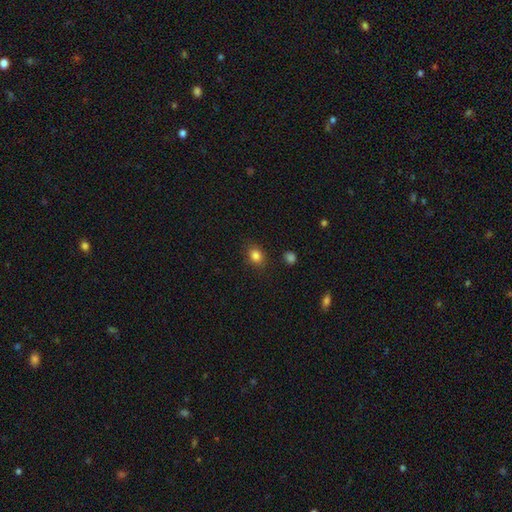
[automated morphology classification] Smooth or featured? smooth (83%)
How rounded? round (51%)
Merging? none (84%)